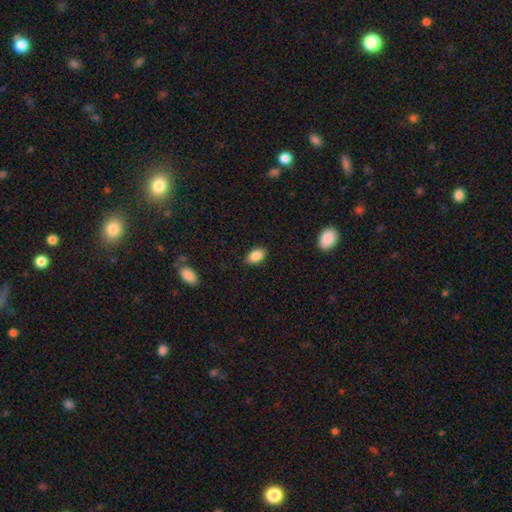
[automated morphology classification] This is clearly a smooth galaxy (87%). How rounded: clearly in between (90%). Merging: clearly none (87%).